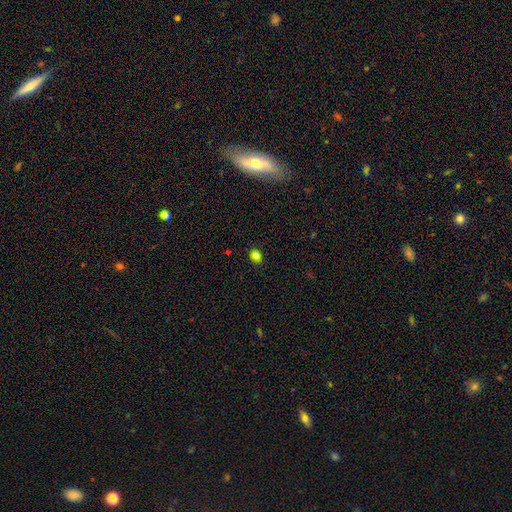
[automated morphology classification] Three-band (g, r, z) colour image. It shows a smooth galaxy with no disk features (70%) that is in between round and cigar-shaped (60%). Merging: none (84%).